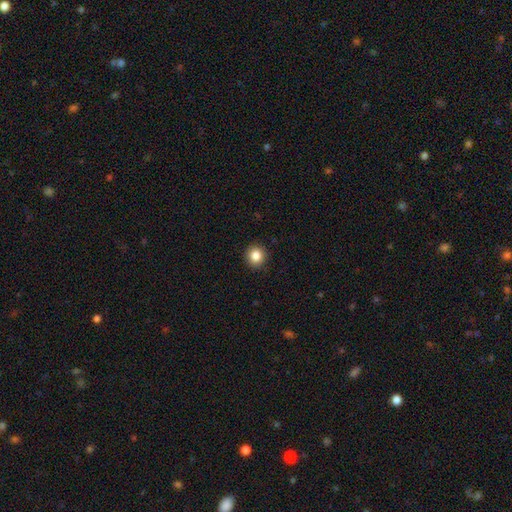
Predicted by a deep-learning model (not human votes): This appears to be a smooth galaxy with no disk features (85%) that is round (91%). Merging: none (92%).